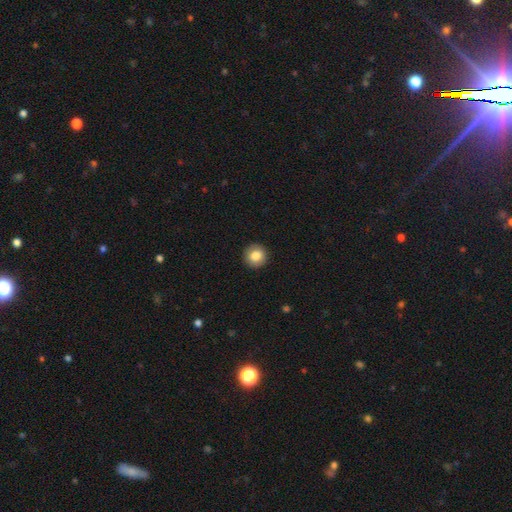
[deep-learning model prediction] This appears to be a smooth galaxy with no disk features (84%) that is round (93%). Merging: none (92%).